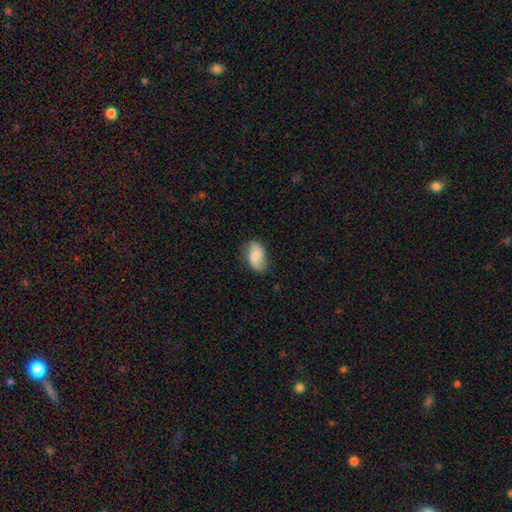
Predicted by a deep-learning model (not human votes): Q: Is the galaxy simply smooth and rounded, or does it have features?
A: smooth — 69%.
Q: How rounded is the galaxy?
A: in between — 91%.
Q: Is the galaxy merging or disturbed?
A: none — 67%.